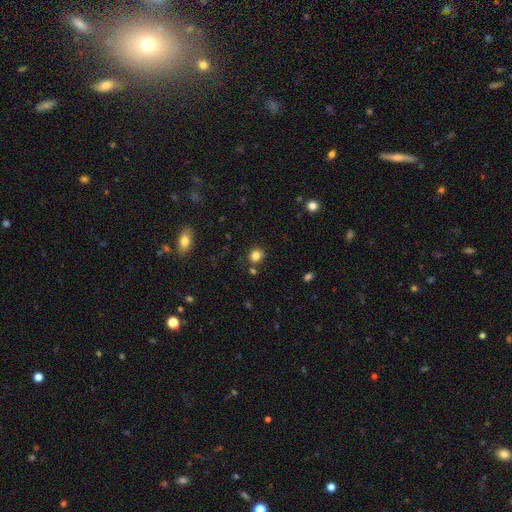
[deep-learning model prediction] This appears to be a smooth galaxy with no disk features (83%) that is round (79%). Merging: none (81%).